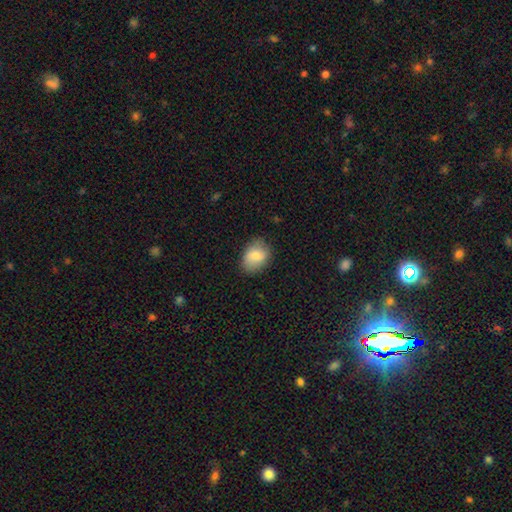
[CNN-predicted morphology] Overall: smooth (78%). How rounded: in between (68%; round 31%). Merging: none (78%).